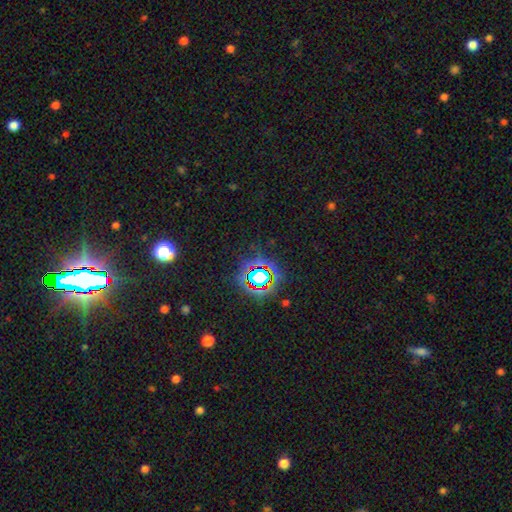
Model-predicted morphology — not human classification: A star or artifact, not a galaxy (81%).

Vote fractions:
- Smooth or featured? star or artifact: 81% / smooth: 11% / featured or disk: 8%